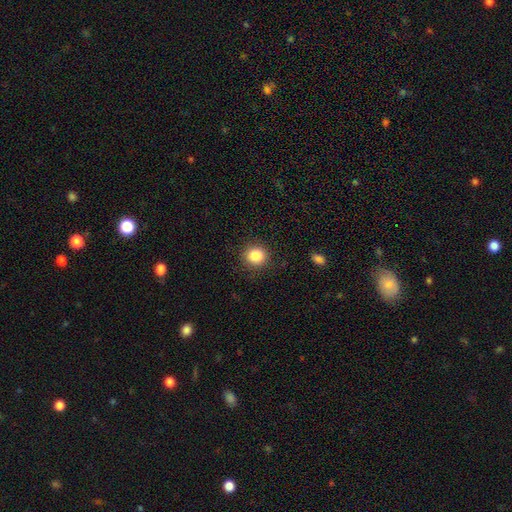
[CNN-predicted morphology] smooth_or_featured: smooth (p=0.85) [alt: star or artifact p=0.10]
how_rounded: round (p=0.89) [alt: in between p=0.10]
merging: none (p=0.90) [alt: minor disturbance p=0.07]